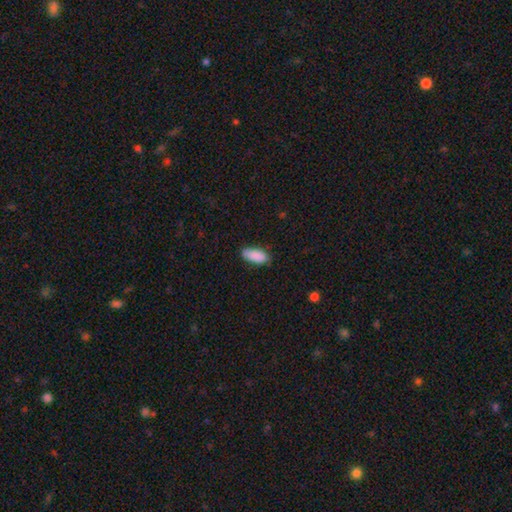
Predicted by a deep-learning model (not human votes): This is clearly a smooth galaxy (89%). How rounded: clearly in between (87%). Merging: likely none (78%).